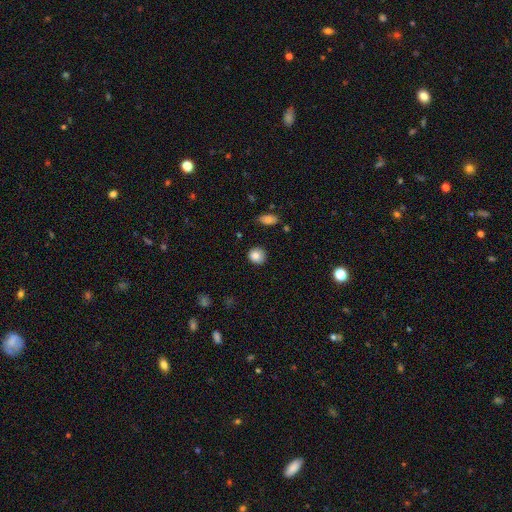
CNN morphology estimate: Smooth or featured? smooth (84%)
How rounded? round (87%)
Merging? none (87%)